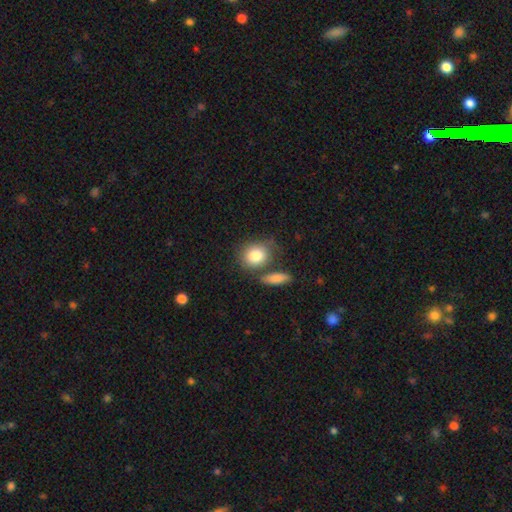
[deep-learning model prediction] Q: Smooth or featured?
A: smooth (84%); runner-up: featured or disk (10%)
Q: How rounded?
A: round (53%); runner-up: in between (45%)
Q: Merging?
A: none (59%); runner-up: merger (21%)